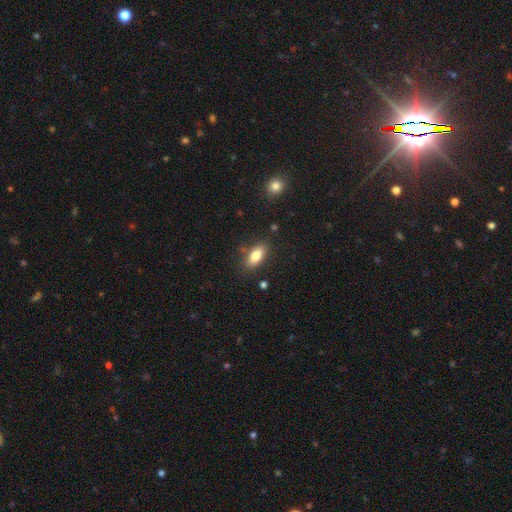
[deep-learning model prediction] This appears to be a smooth galaxy with no disk features (81%) that is in between round and cigar-shaped (85%). Merging: none (83%).